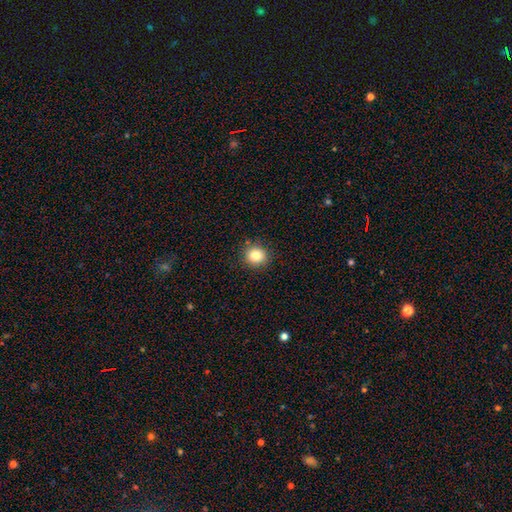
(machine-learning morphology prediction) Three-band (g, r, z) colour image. It shows a smooth galaxy with no disk features (82%) that is round (89%). Merging: none (90%).